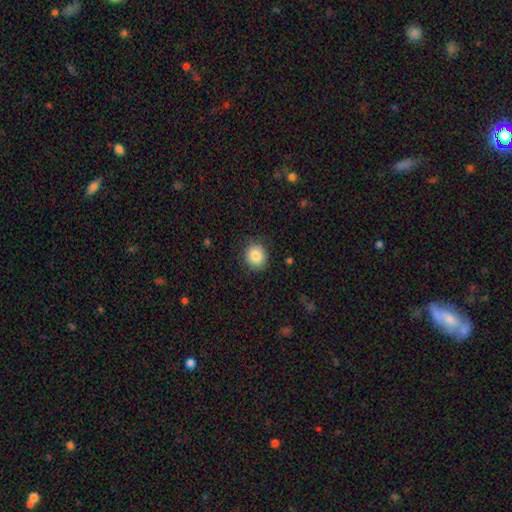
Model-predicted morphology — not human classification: Smooth or featured?
  - smooth: 84% *
  - star or artifact: 9%
  - featured or disk: 7%
How rounded?
  - round: 80% *
  - in between: 19%
  - cigar-shaped: 1%
Merging?
  - none: 86% *
  - minor disturbance: 10%
  - major disturbance: 3%
  - merger: 1%